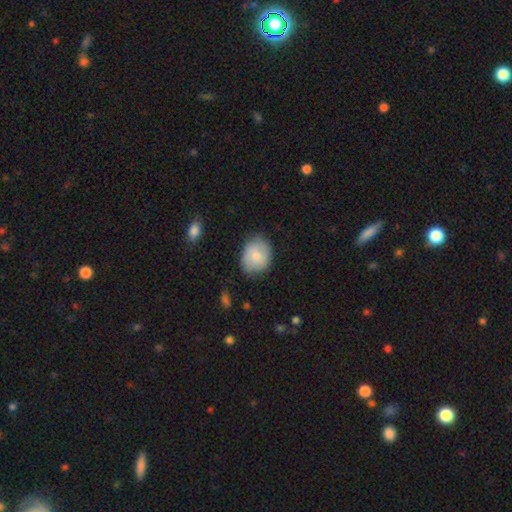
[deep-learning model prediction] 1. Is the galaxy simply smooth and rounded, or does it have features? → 71% smooth, 23% featured or disk, 7% star or artifact.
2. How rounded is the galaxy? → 55% round, 44% in between, 1% cigar-shaped.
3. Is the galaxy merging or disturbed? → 78% none, 17% minor disturbance, 4% major disturbance, 1% merger.